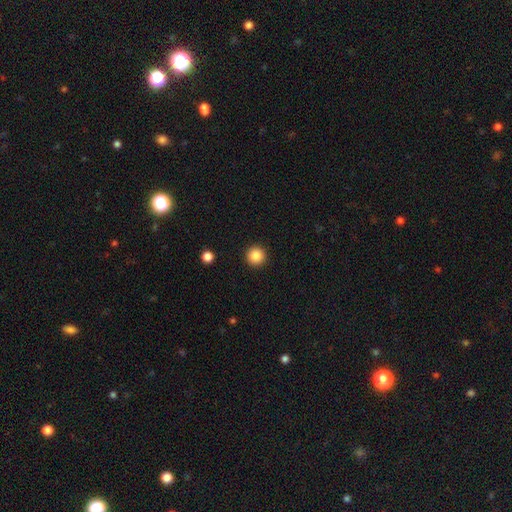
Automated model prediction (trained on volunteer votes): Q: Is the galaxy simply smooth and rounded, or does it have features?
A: smooth — 86%.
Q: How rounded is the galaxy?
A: round — 96%.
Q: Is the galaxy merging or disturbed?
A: none — 93%.